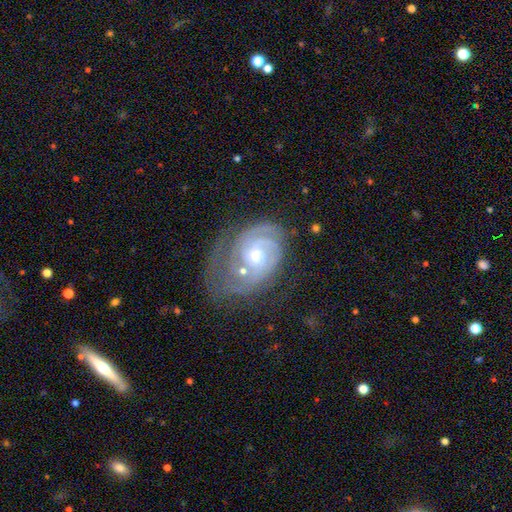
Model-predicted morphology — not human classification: Smooth or featured? Predicted: featured or disk (p=0.84). Edge-on disk? Predicted: no (p=0.97). Bar? Predicted: no (p=0.61). Spiral arms? Predicted: yes (p=0.94). Spiral winding? Predicted: tight (p=0.67). Spiral arm count? Predicted: 2 (p=0.34). Bulge size? Predicted: small (p=0.48, tied with moderate). Merging? Predicted: none (p=0.45).